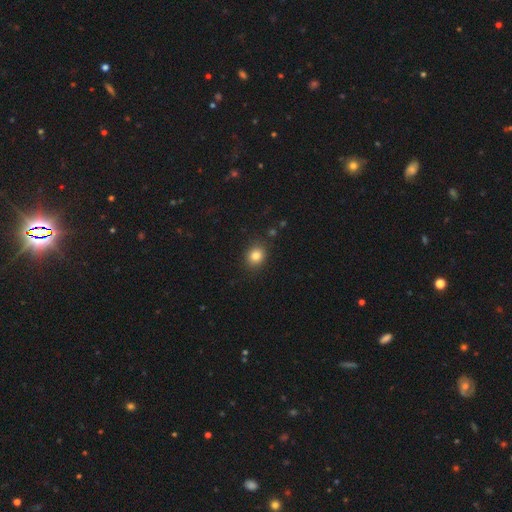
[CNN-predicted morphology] Smooth or featured? Predicted: smooth (p=0.83). How rounded? Predicted: round (p=0.68). Merging? Predicted: none (p=0.87).